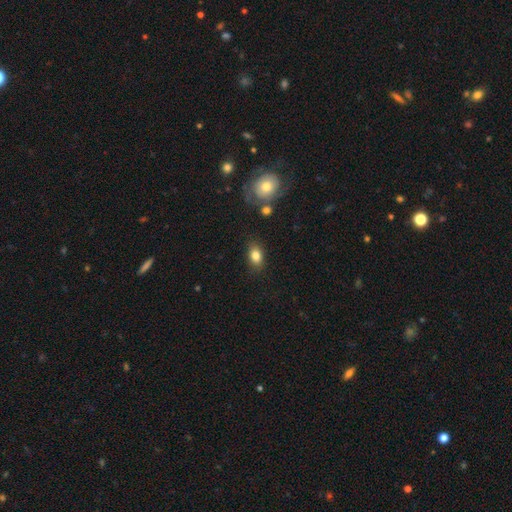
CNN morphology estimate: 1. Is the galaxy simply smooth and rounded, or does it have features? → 83% smooth, 9% star or artifact, 8% featured or disk.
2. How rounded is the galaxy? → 82% in between, 16% round, 2% cigar-shaped.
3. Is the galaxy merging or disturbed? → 81% none, 12% minor disturbance, 3% major disturbance, 3% merger.